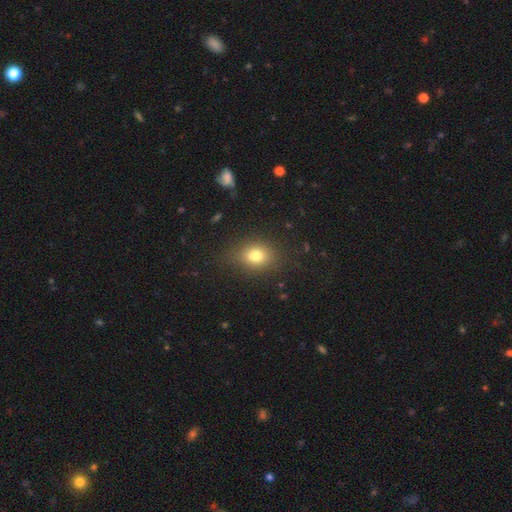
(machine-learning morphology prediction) smooth_or_featured: smooth (p=0.77) [alt: star or artifact p=0.13]
how_rounded: round (p=0.49) [tied with: in between p=0.49]
merging: none (p=0.81) [alt: minor disturbance p=0.13]